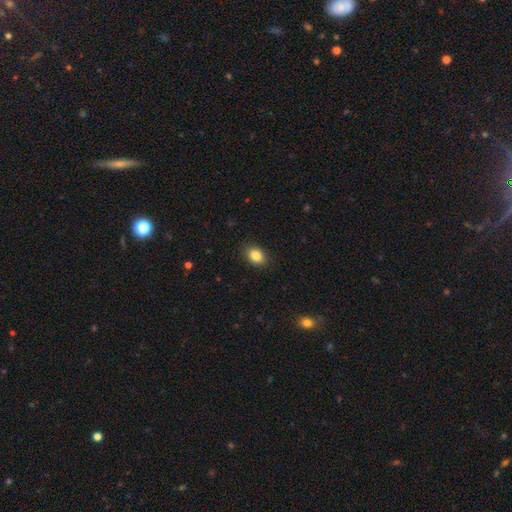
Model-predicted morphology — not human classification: Q: Smooth or featured?
A: smooth (86%); runner-up: star or artifact (9%)
Q: How rounded?
A: in between (75%); runner-up: round (24%)
Q: Merging?
A: none (88%); runner-up: minor disturbance (8%)